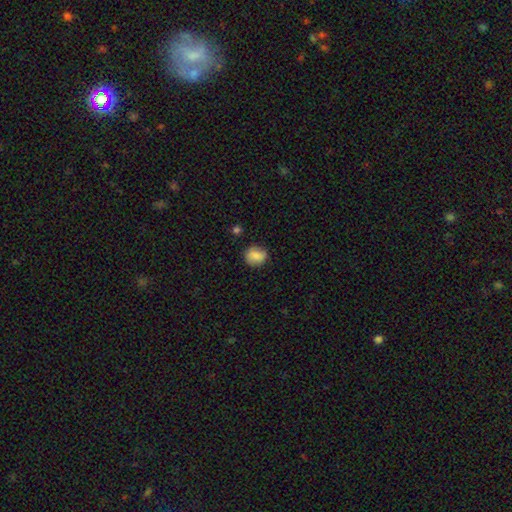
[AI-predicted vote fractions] smooth-or-featured: smooth: 82% | featured or disk: 10% | star or artifact: 9%
  how-rounded: round: 77% | in between: 22% | cigar-shaped: 1%
  merging: none: 80% | minor disturbance: 15% | major disturbance: 3% | merger: 2%